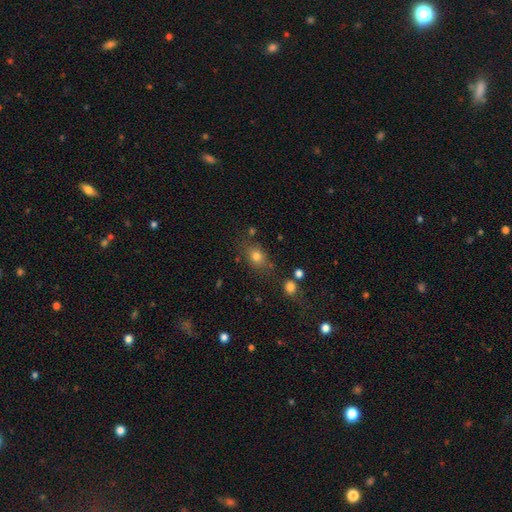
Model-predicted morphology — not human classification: The model was most divided on "how rounded": in between: 57%, round: 41%, cigar-shaped: 2%. More confident: smooth or featured — smooth (77%); merging — none (70%).